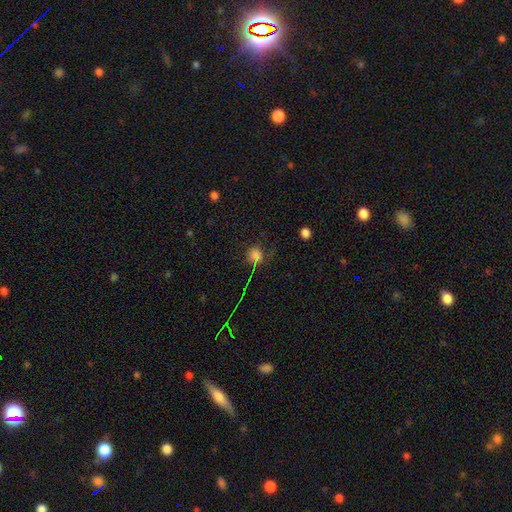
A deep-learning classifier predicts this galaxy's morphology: Smooth or featured? Predicted: smooth (p=0.70). How rounded? Predicted: round (p=0.79). Merging? Predicted: none (p=0.65).